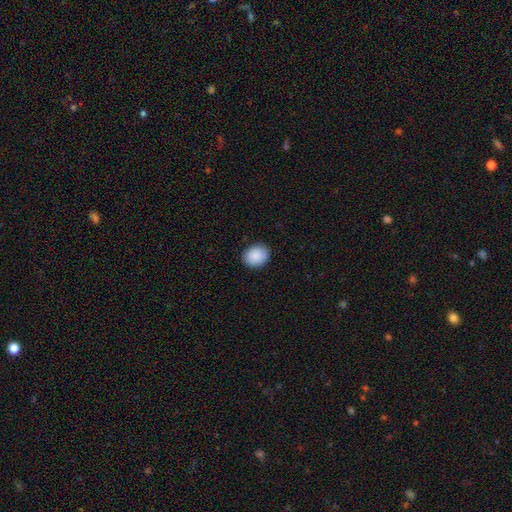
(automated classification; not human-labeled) Q: Smooth or featured?
A: smooth (90%); runner-up: star or artifact (7%)
Q: How rounded?
A: round (55%); runner-up: in between (44%)
Q: Merging?
A: none (88%); runner-up: minor disturbance (9%)